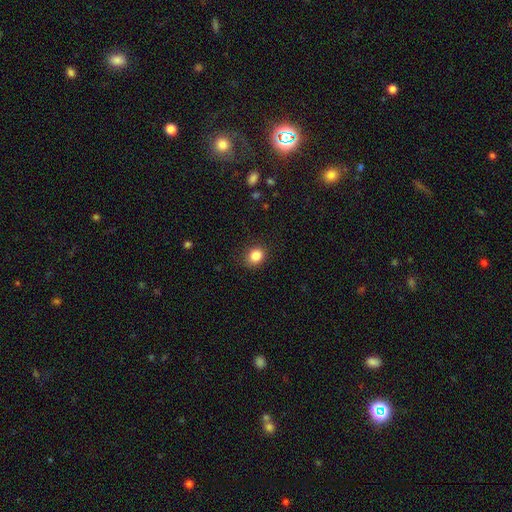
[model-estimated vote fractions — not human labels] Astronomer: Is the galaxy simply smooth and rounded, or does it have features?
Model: smooth — 85%.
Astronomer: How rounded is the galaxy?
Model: round — 60% (runner-up: in between, 39%).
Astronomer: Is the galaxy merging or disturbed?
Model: none — 85%.